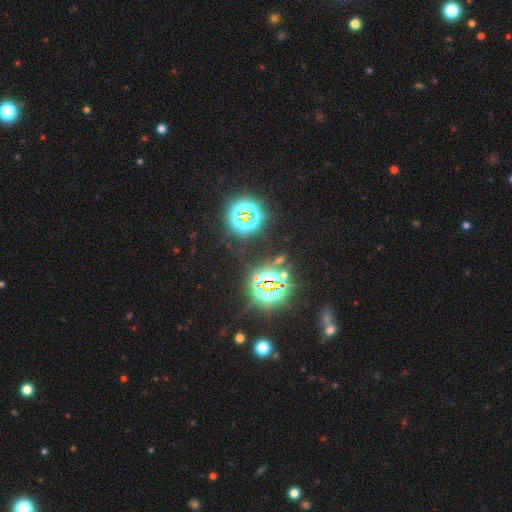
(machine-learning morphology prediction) Smooth or featured: star or artifact — 83% (smooth — 11%)